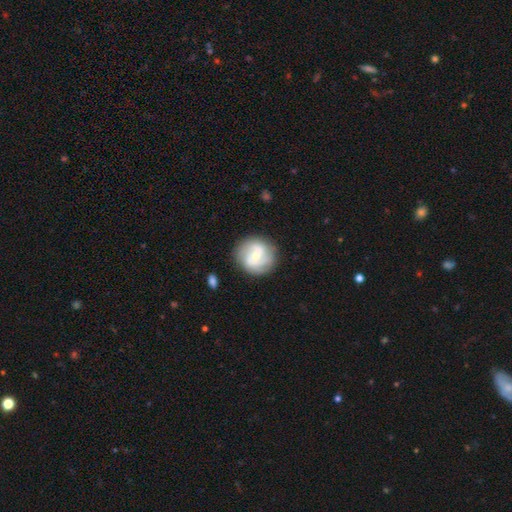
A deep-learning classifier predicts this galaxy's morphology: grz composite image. It shows a featured or disk galaxy (67%) with a weak bar (49%), 2 (68%) medium (43%) spiral arms (89%) and a small central bulge (51%). Merging: none (81%).